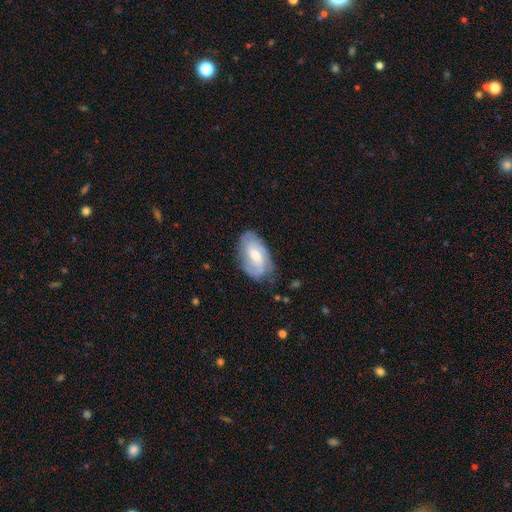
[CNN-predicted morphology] Smooth or featured? Predicted: featured or disk (p=0.62). Edge-on disk? Predicted: no (p=0.95). Bar? Predicted: no (p=0.50). Spiral arms? Predicted: yes (p=0.86). Spiral winding? Predicted: tight (p=0.41). Spiral arm count? Predicted: 2 (p=0.40). Bulge size? Predicted: moderate (p=0.49). Merging? Predicted: none (p=0.70).